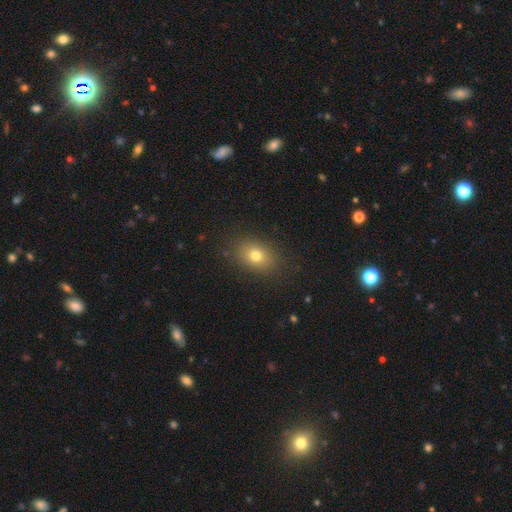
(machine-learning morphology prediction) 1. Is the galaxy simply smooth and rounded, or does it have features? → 75% smooth, 13% star or artifact, 12% featured or disk.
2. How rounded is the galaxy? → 66% in between, 32% round, 1% cigar-shaped.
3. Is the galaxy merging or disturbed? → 85% none, 10% minor disturbance, 4% major disturbance, 1% merger.